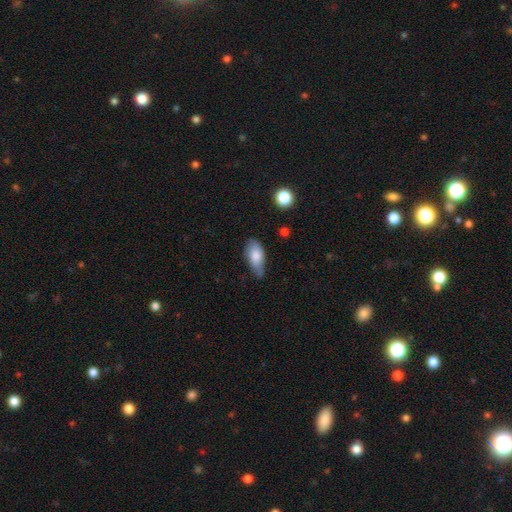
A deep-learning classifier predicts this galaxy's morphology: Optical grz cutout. It shows a smooth galaxy with no disk features (77%) that is in between round and cigar-shaped (87%). Merging: none (48%).